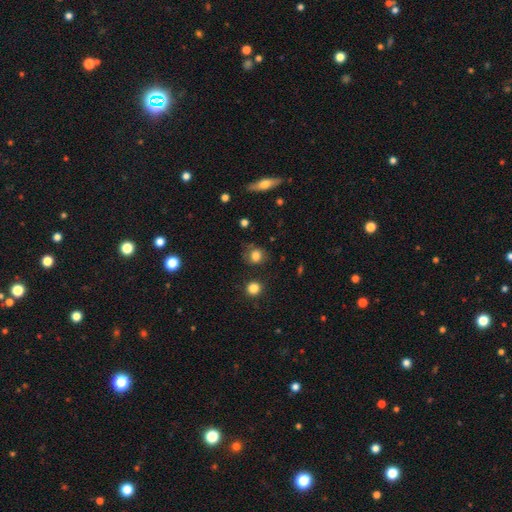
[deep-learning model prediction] A smooth galaxy with no disk features (77%) that is round (75%). Merging: none (65%).